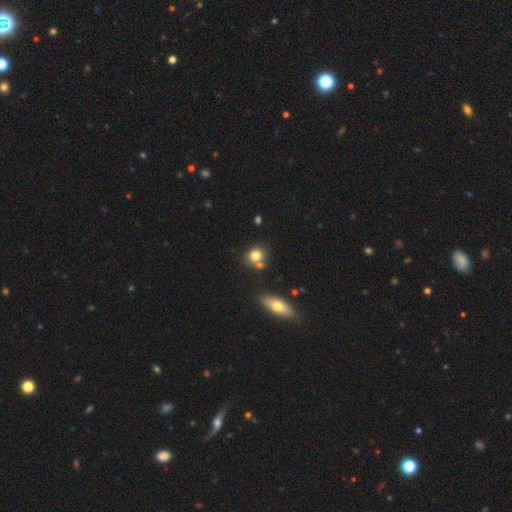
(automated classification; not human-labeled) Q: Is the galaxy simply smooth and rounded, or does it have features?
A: smooth — 79%.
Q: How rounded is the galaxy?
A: round — 74%.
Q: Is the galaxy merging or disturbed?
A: none — 62%.